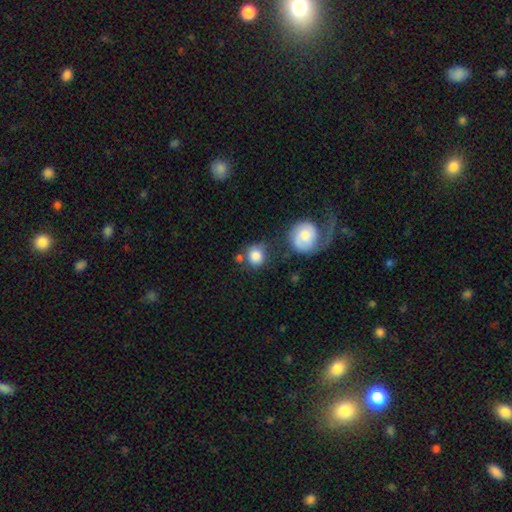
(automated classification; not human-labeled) Smooth or featured? smooth (84%)
How rounded? round (85%)
Merging? none (62%)